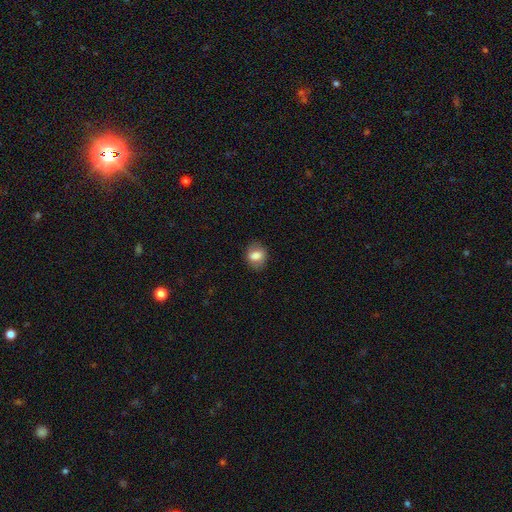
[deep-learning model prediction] smooth-or-featured: smooth: 71% | featured or disk: 20% | star or artifact: 9%
  how-rounded: in between: 56% | round: 42% | cigar-shaped: 2%
  merging: none: 80% | minor disturbance: 14% | major disturbance: 5% | merger: 1%